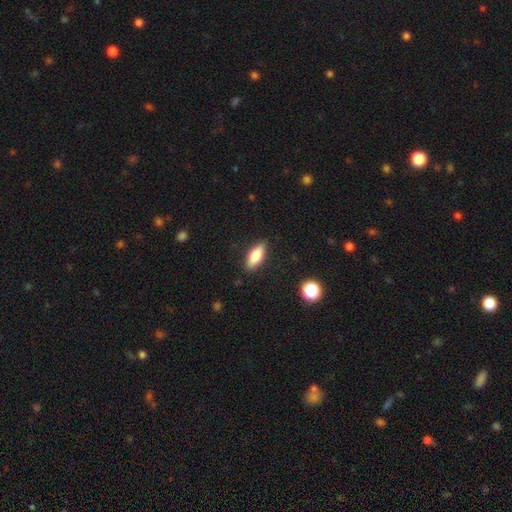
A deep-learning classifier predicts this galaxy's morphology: type=smooth (78%); roundness=in between (74%); merging=none (87%).